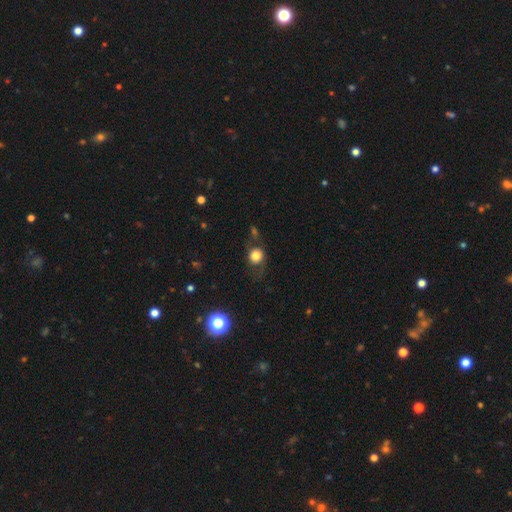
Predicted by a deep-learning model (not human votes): A smooth galaxy with no disk features (76%) that is round (79%).

Vote fractions:
- Smooth or featured? smooth: 76% / featured or disk: 13% / star or artifact: 11%
- How rounded? round: 79% / in between: 20% / cigar-shaped: 1%
- Merging? none: 59% / minor disturbance: 21% / major disturbance: 15% / merger: 6%